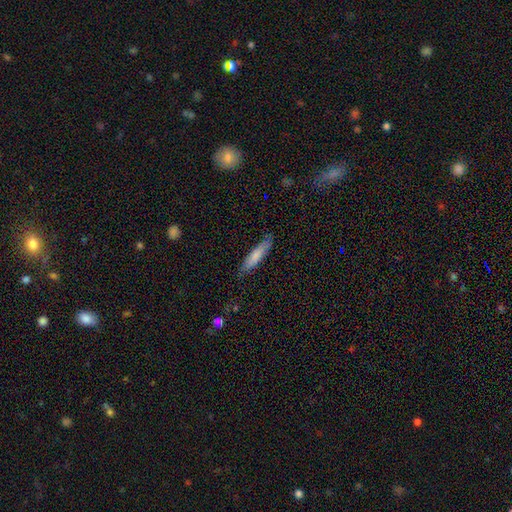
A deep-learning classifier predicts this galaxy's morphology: A smooth galaxy with no disk features (76%) that is cigar-shaped (81%). Merging: none (82%).